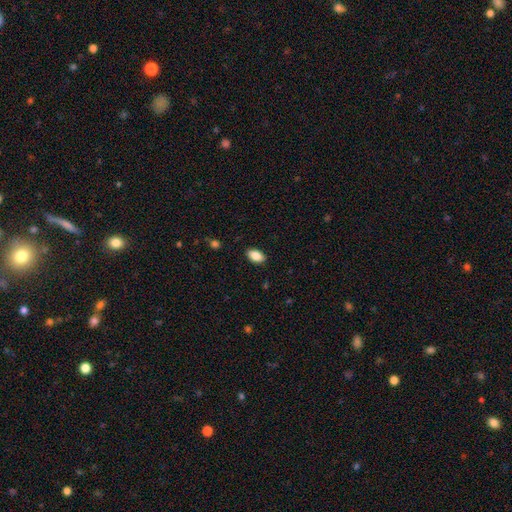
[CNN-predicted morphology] Smooth or featured: smooth — 87% (star or artifact — 7%)
How rounded: in between — 92% (round — 5%)
Merging: none — 88% (minor disturbance — 9%)